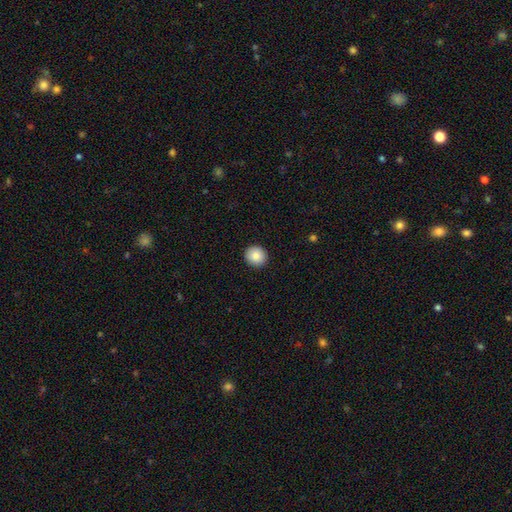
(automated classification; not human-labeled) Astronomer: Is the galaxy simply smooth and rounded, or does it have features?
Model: smooth — 86%.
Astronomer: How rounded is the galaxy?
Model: round — 93%.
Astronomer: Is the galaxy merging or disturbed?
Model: none — 93%.